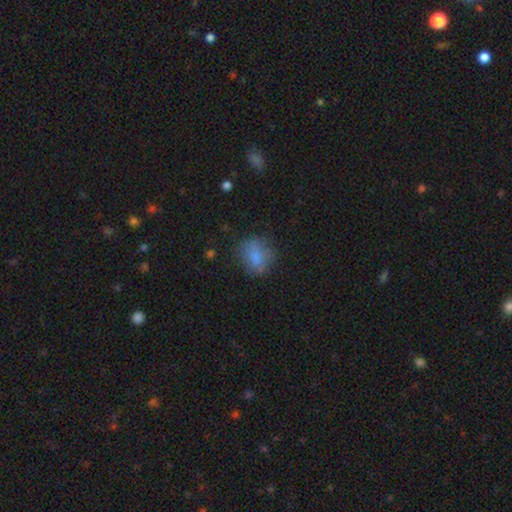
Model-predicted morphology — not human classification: Smooth or featured: smooth — 76% (featured or disk — 13%)
How rounded: round — 54% (in between — 45%)
Merging: none — 67% (minor disturbance — 21%)